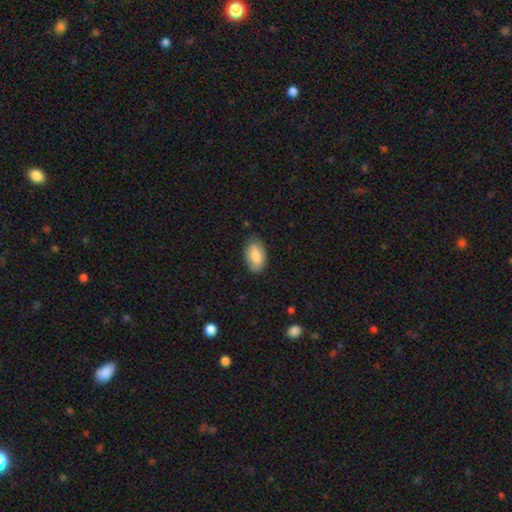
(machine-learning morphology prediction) Smooth or featured?
  - smooth: 78% *
  - featured or disk: 15%
  - star or artifact: 6%
How rounded?
  - in between: 93% *
  - round: 6%
  - cigar-shaped: 2%
Merging?
  - none: 80% *
  - minor disturbance: 16%
  - major disturbance: 3%
  - merger: 1%